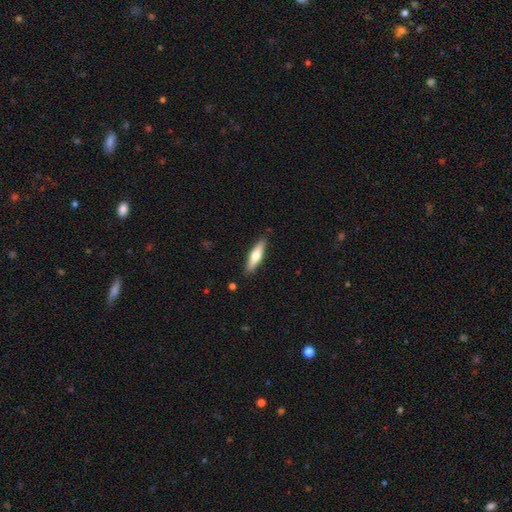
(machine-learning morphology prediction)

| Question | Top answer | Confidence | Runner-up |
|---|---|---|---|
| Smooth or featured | smooth | 53% | featured or disk (42%) |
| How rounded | cigar-shaped | 71% | in between (27%) |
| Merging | none | 88% | minor disturbance (9%) |